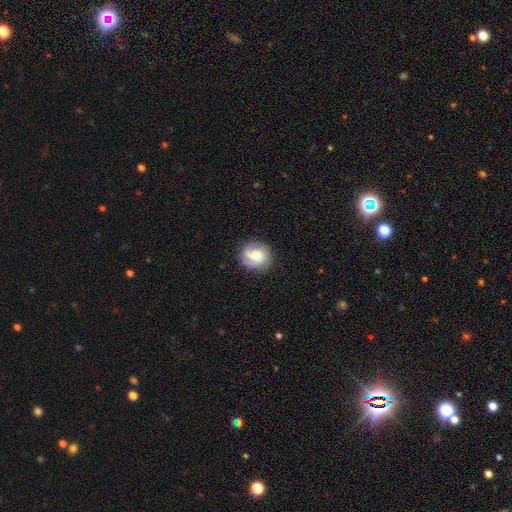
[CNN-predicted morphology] Smooth or featured? featured or disk (56%)
Edge-on disk? no (98%)
Bar? no (59%)
Spiral arms? yes (92%)
Spiral winding? tight (45%)
Spiral arm count? 2 (42%)
Bulge size? moderate (52%)
Merging? none (82%)